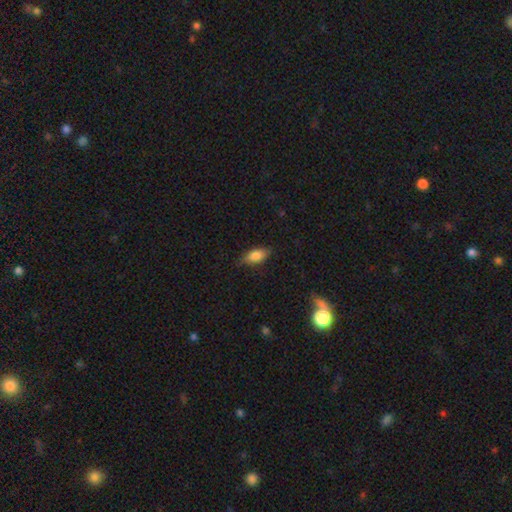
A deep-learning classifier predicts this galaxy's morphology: A smooth galaxy with no disk features (81%) that is in between round and cigar-shaped (85%). Merging: none (79%).